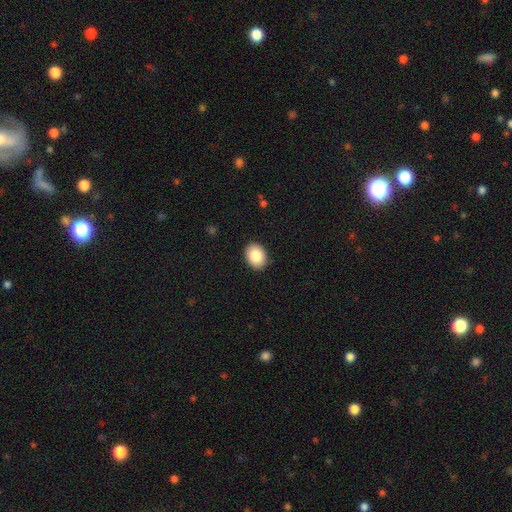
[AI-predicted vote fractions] Smooth or featured?
  - smooth: 85% *
  - star or artifact: 7%
  - featured or disk: 7%
How rounded?
  - in between: 65% *
  - round: 34%
  - cigar-shaped: 1%
Merging?
  - none: 90% *
  - minor disturbance: 8%
  - major disturbance: 2%
  - merger: 1%